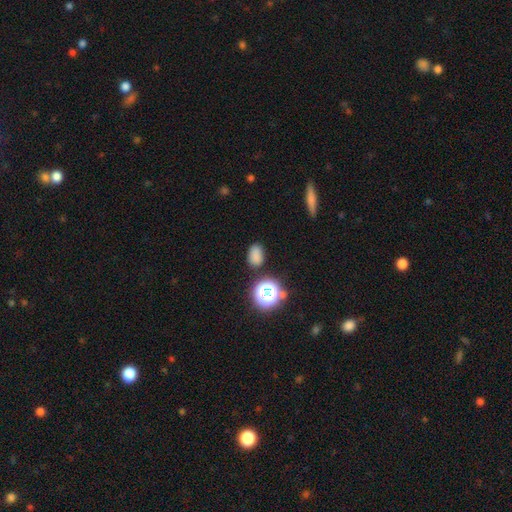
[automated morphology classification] The model was most divided on "how rounded": in between: 77%, round: 22%, cigar-shaped: 1%. More confident: merging — none (80%); smooth or featured — smooth (78%).